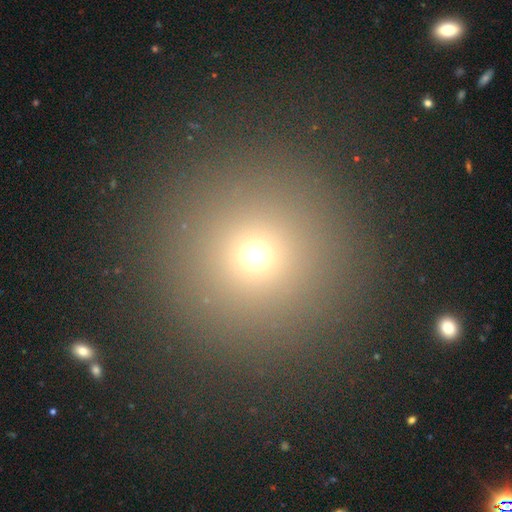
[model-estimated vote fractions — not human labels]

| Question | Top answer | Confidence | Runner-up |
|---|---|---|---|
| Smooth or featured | smooth | 68% | star or artifact (23%) |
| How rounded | round | 96% | in between (3%) |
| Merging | none | 90% | minor disturbance (5%) |